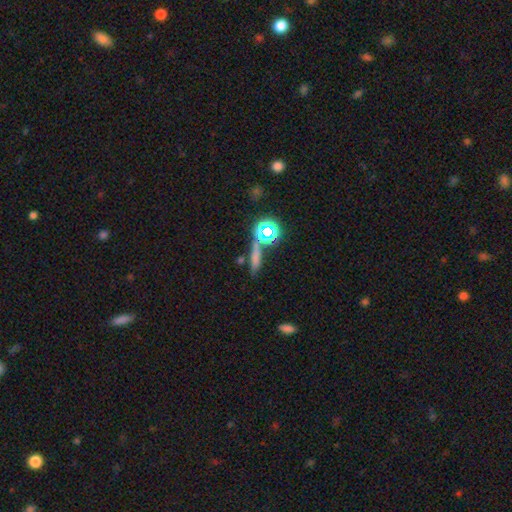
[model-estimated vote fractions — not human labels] Overall: smooth (60%; star or artifact 25%). How rounded: cigar-shaped (67%). Merging: none (68%).